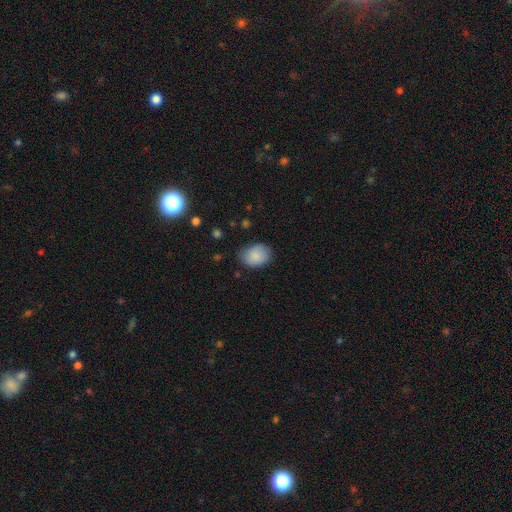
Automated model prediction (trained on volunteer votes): The model was most divided on "how rounded": in between: 64%, round: 35%, cigar-shaped: 1%. More confident: smooth or featured — smooth (87%); merging — none (72%).